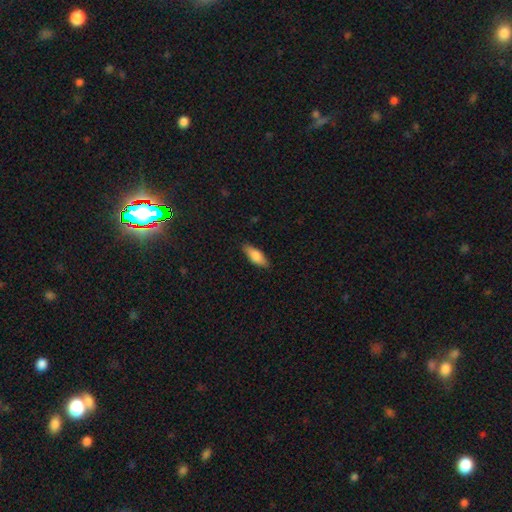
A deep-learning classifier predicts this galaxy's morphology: This is likely a smooth galaxy (79%). How rounded: likely in between (68%). Merging: clearly none (86%).